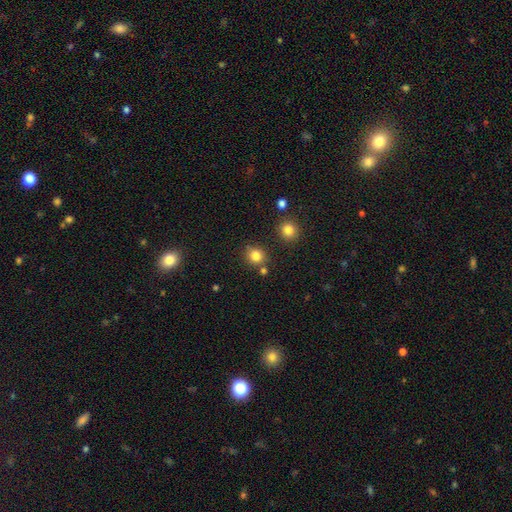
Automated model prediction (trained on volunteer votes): Smooth or featured: smooth — 82% (star or artifact — 13%)
How rounded: round — 85% (in between — 14%)
Merging: none — 79% (minor disturbance — 10%)